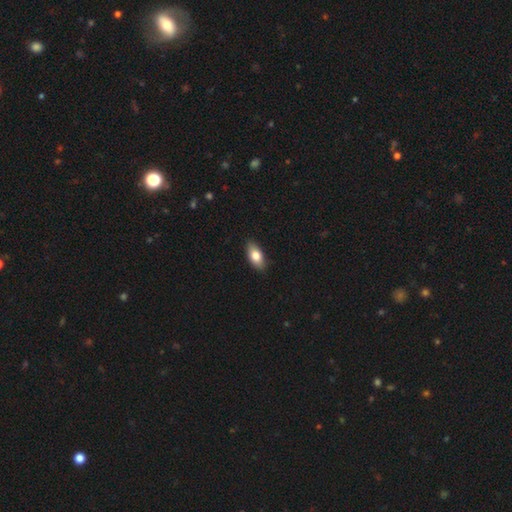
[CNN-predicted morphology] smooth_or_featured: smooth (p=0.78) [alt: featured or disk p=0.15]
how_rounded: in between (p=0.89) [alt: cigar-shaped p=0.08]
merging: none (p=0.87) [alt: minor disturbance p=0.10]